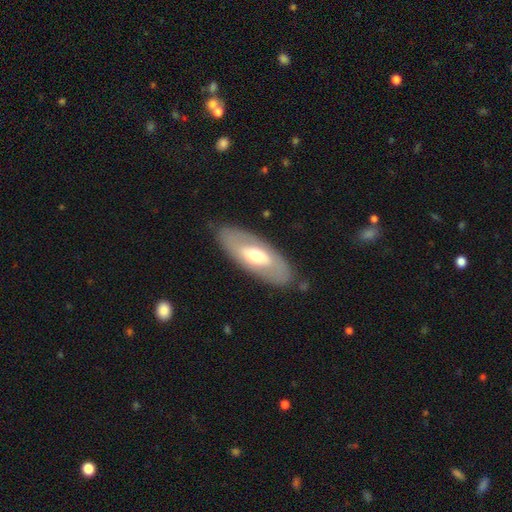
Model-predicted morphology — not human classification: Smooth or featured? featured or disk (51%)
Edge-on disk? no (82%)
Merging? none (84%)